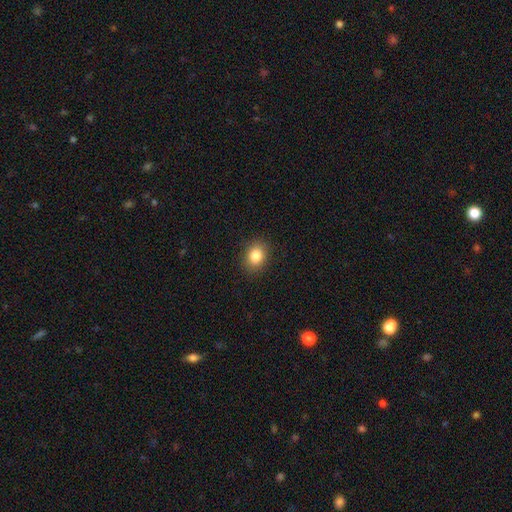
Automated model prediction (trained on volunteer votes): Smooth or featured? smooth (84%)
How rounded? round (51%)
Merging? none (89%)